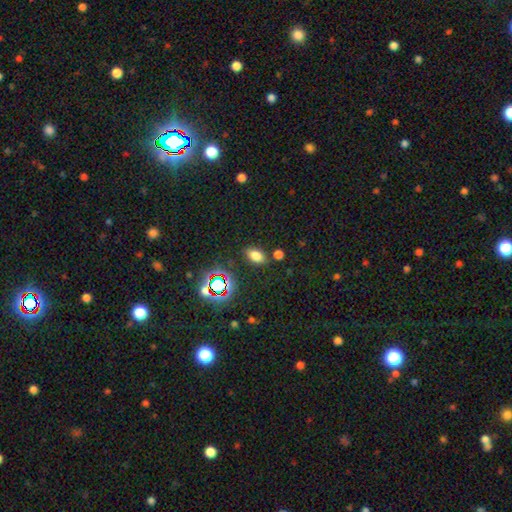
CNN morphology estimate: Smooth or featured? smooth (73%)
How rounded? in between (88%)
Merging? none (82%)